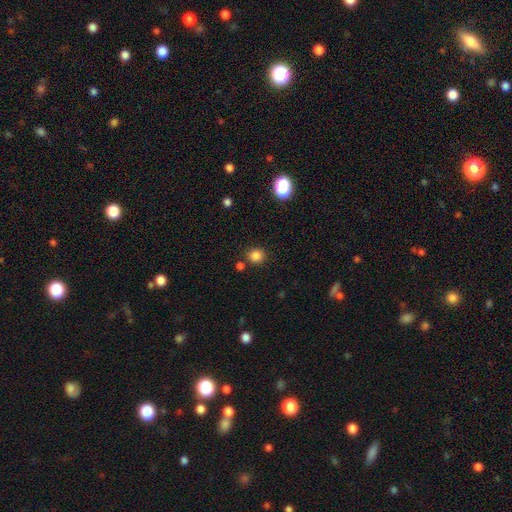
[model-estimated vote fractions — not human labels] This is clearly a smooth galaxy (83%). How rounded: clearly round (86%). Merging: clearly none (81%).